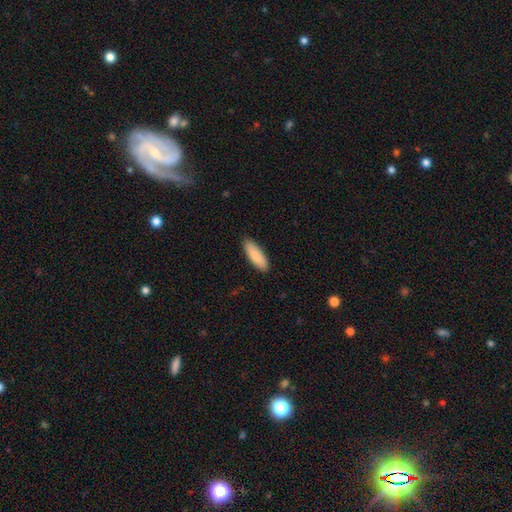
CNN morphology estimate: type=smooth (89%); roundness=in between (60%); merging=none (88%).